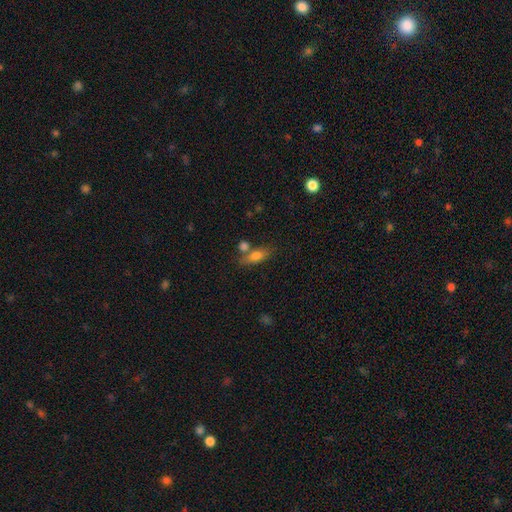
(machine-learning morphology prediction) smooth_or_featured: smooth (p=0.73) [alt: featured or disk p=0.18]
how_rounded: in between (p=0.69) [alt: cigar-shaped p=0.25]
merging: none (p=0.59) [alt: merger p=0.22]